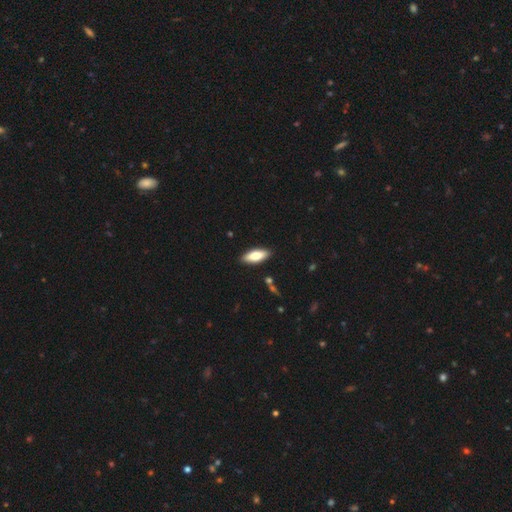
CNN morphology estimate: A smooth galaxy with no disk features (70%) that is in between round and cigar-shaped (71%).

Vote fractions:
- Smooth or featured? smooth: 70% / featured or disk: 24% / star or artifact: 6%
- How rounded? in between: 71% / cigar-shaped: 27% / round: 2%
- Merging? none: 89% / minor disturbance: 8% / merger: 2% / major disturbance: 2%